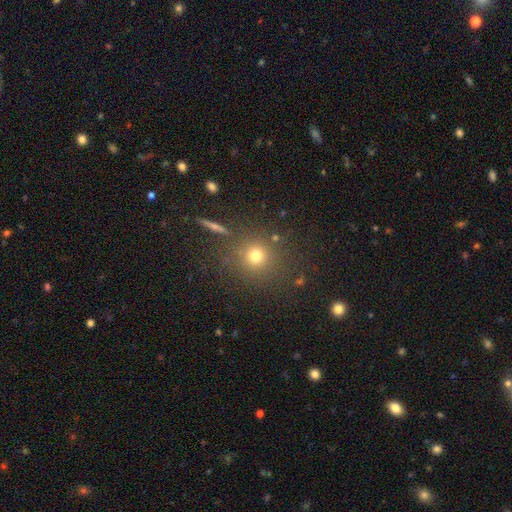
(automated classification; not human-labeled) smooth 71%, star or artifact 20%, featured or disk 9%. Down the decision tree: how rounded — round (91%); merging — none (82%).